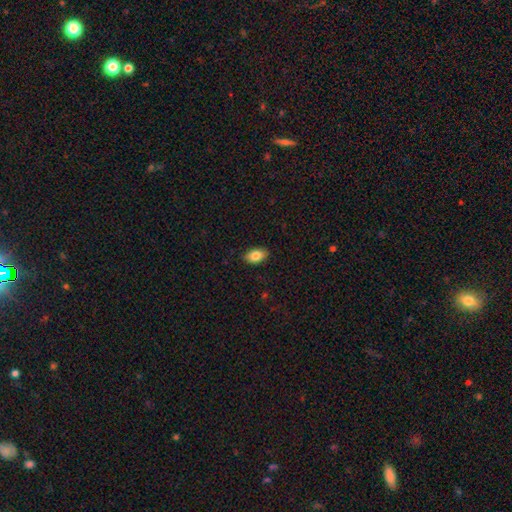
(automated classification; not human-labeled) This appears to be a smooth galaxy with no disk features (83%) that is in between round and cigar-shaped (90%). Merging: none (87%).